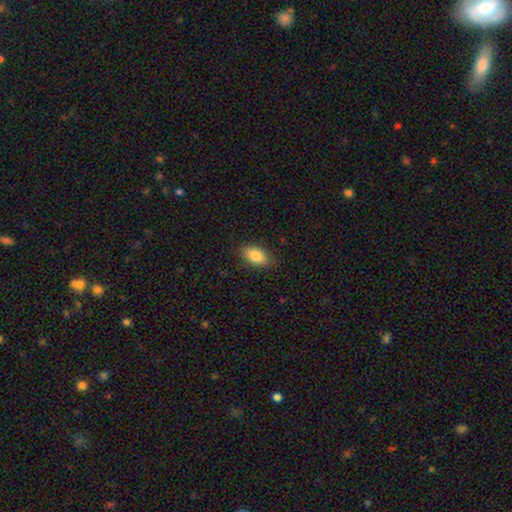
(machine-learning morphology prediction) This is clearly a smooth galaxy (84%). How rounded: clearly in between (90%). Merging: clearly none (86%).